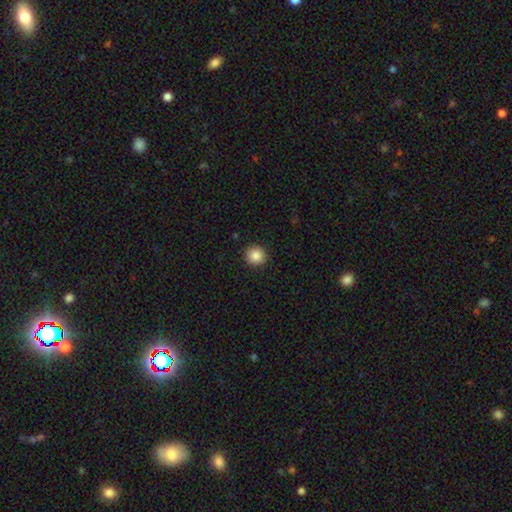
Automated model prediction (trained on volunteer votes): Overall: smooth (87%). How rounded: round (93%). Merging: none (92%).